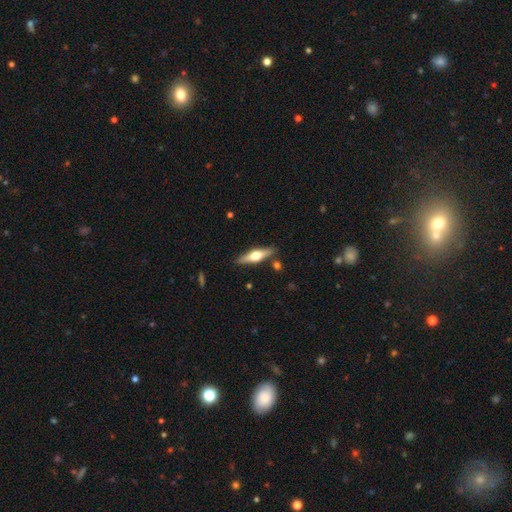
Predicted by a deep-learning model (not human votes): Smooth or featured?
  - featured or disk: 61% *
  - smooth: 34%
  - star or artifact: 5%
Edge-on disk?
  - yes: 95% *
  - no: 5%
Edge-on bulge?
  - rounded: 95% *
  - boxy: 3%
  - none: 2%
Merging?
  - none: 87% *
  - minor disturbance: 9%
  - merger: 3%
  - major disturbance: 2%